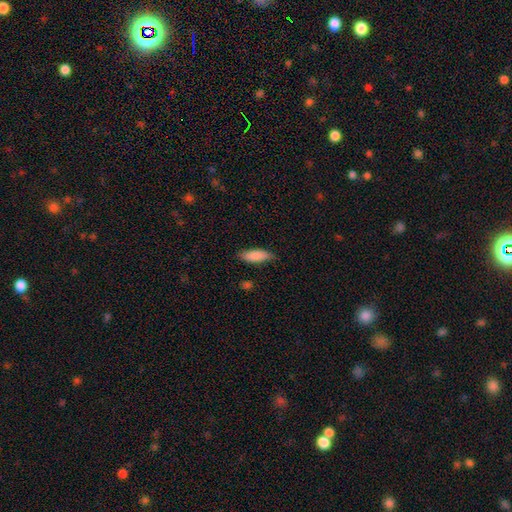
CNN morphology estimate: This appears to be a smooth galaxy with no disk features (86%) that is in between round and cigar-shaped (58%). Merging: none (82%).